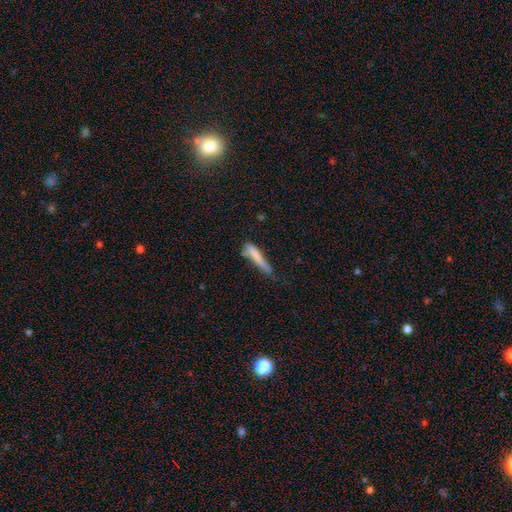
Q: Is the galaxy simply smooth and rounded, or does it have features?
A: smooth — 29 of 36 (81%).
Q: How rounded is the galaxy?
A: cigar-shaped — 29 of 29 (100%).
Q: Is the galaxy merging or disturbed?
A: minor disturbance — 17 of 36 (47%).